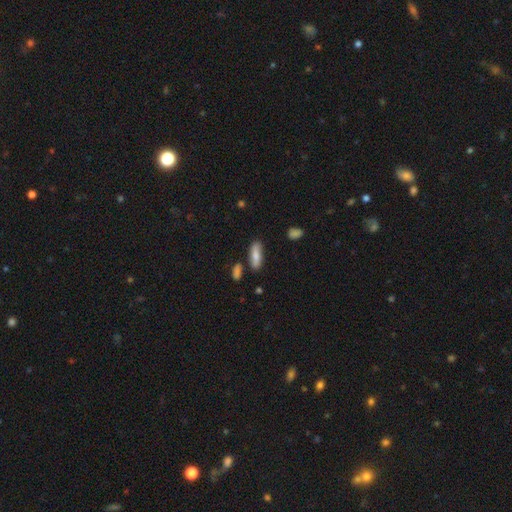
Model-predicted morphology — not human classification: Smooth or featured? Predicted: smooth (p=0.74). How rounded? Predicted: in between (p=0.60). Merging? Predicted: none (p=0.77).